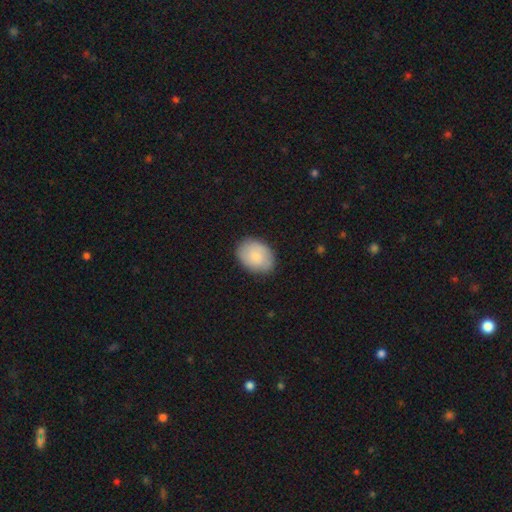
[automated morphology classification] Q: Smooth or featured?
A: smooth (82%); runner-up: featured or disk (12%)
Q: How rounded?
A: in between (74%); runner-up: round (25%)
Q: Merging?
A: none (83%); runner-up: minor disturbance (13%)